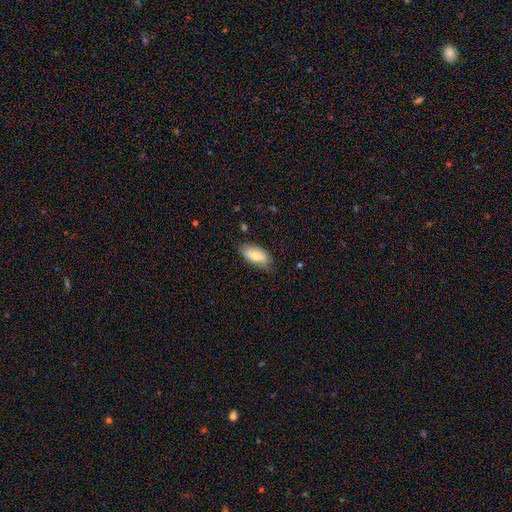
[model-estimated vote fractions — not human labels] This appears to be a smooth galaxy with no disk features (73%) that is in between round and cigar-shaped (90%). Merging: none (75%).